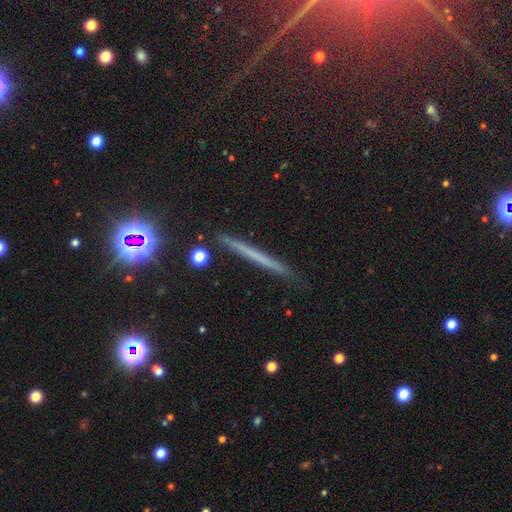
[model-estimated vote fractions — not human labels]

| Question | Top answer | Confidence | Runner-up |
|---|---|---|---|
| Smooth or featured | smooth | 43% | featured or disk (37%) |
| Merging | none | 90% | minor disturbance (8%) |